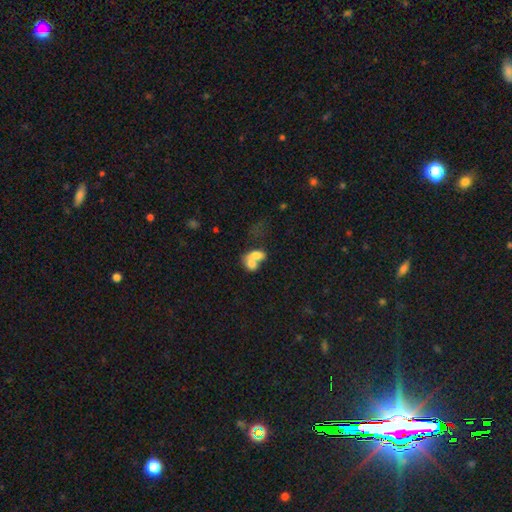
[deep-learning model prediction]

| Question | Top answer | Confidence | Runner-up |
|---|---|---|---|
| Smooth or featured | smooth | 67% | featured or disk (23%) |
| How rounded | in between | 71% | round (27%) |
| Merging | merger | 75% | none (12%) |